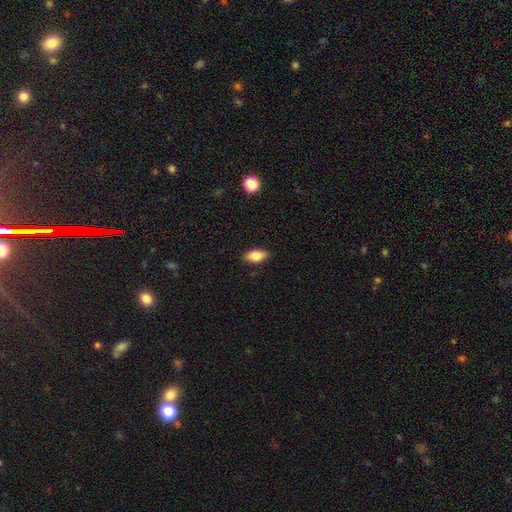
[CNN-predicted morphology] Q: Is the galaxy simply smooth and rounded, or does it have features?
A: smooth — 81%.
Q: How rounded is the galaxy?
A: in between — 88%.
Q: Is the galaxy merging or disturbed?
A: none — 87%.